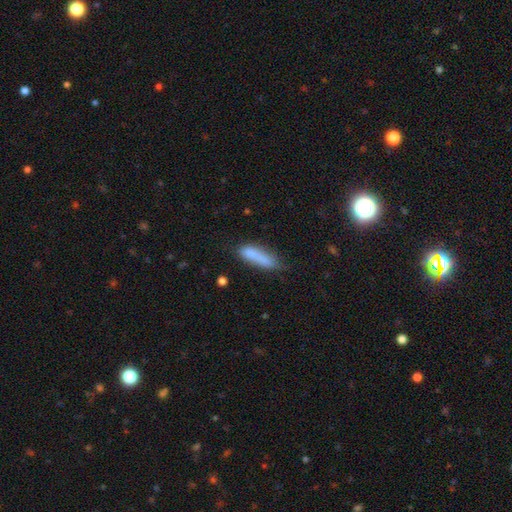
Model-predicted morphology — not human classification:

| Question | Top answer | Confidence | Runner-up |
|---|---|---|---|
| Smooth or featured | smooth | 80% | featured or disk (12%) |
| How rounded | cigar-shaped | 61% | in between (37%) |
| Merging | none | 54% | minor disturbance (29%) |